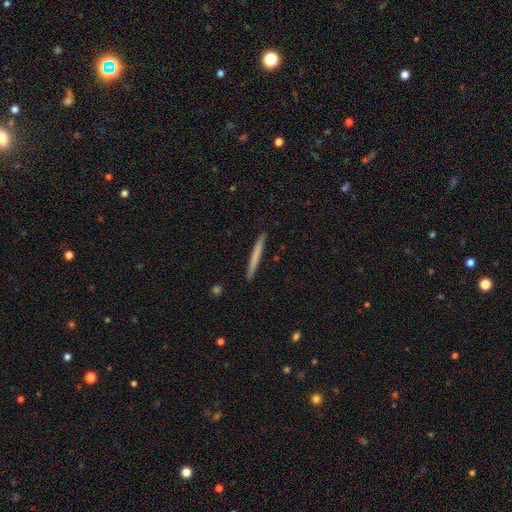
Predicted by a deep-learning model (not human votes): A smooth galaxy with no disk features (64%) that is cigar-shaped (97%).

Vote fractions:
- Smooth or featured? smooth: 64% / featured or disk: 30% / star or artifact: 5%
- How rounded? cigar-shaped: 97% / in between: 2% / round: 1%
- Merging? none: 93% / minor disturbance: 5% / major disturbance: 1% / merger: 1%